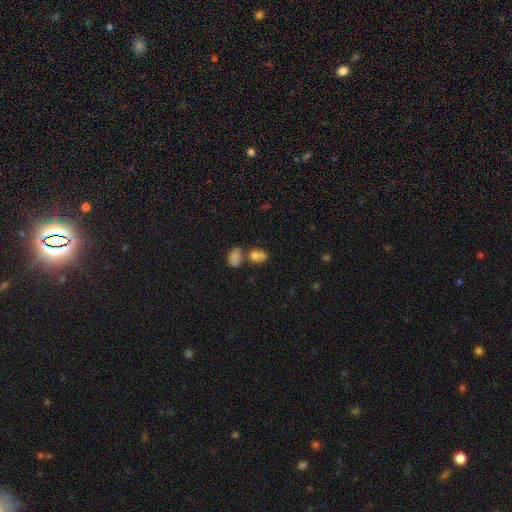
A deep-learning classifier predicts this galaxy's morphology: A smooth galaxy with no disk features (72%) that is in between round and cigar-shaped (53%).

Vote fractions:
- Smooth or featured? smooth: 72% / featured or disk: 14% / star or artifact: 14%
- How rounded? in between: 53% / round: 46% / cigar-shaped: 2%
- Merging? merger: 49% / none: 34% / minor disturbance: 11% / major disturbance: 6%